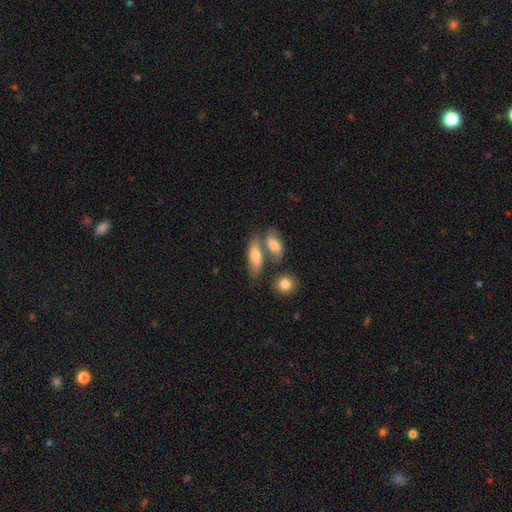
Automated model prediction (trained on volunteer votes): Smooth or featured: smooth — 66% (featured or disk — 27%)
How rounded: in between — 67% (cigar-shaped — 29%)
Merging: none — 45% (merger — 36%)